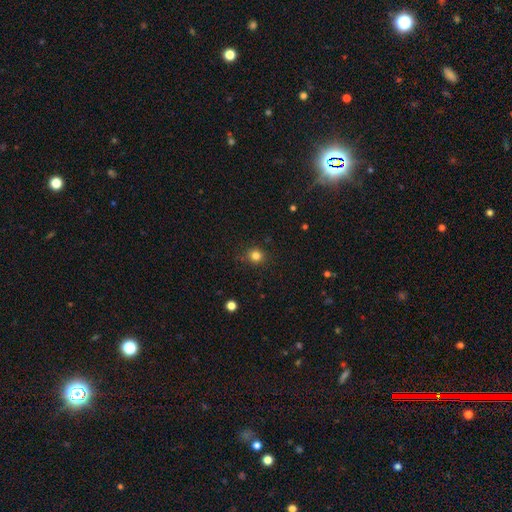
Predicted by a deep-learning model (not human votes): smooth 82%, star or artifact 13%, featured or disk 5%. Down the decision tree: how rounded — round (88%); merging — none (87%).